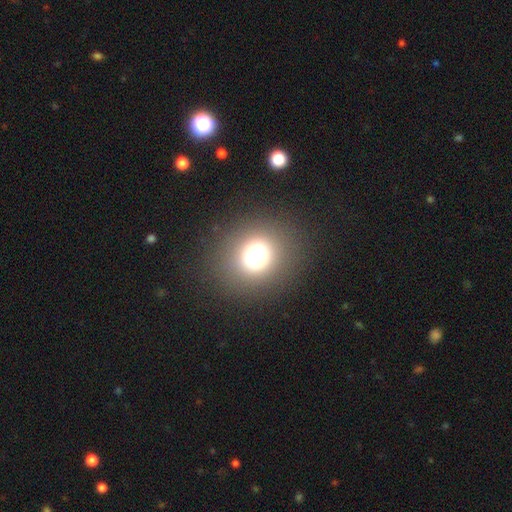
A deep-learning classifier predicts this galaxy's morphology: Smooth or featured?
  - smooth: 72% *
  - star or artifact: 18%
  - featured or disk: 10%
How rounded?
  - round: 77% *
  - in between: 22%
  - cigar-shaped: 1%
Merging?
  - none: 86% *
  - minor disturbance: 8%
  - major disturbance: 5%
  - merger: 1%